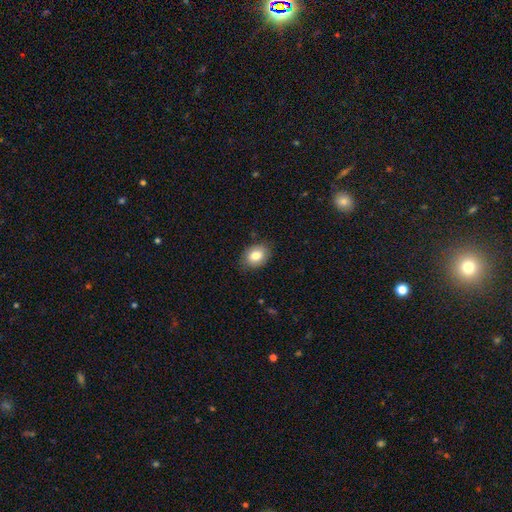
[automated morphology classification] The model was most divided on "how rounded": in between: 69%, round: 30%, cigar-shaped: 1%. More confident: merging — none (83%); smooth or featured — smooth (82%).